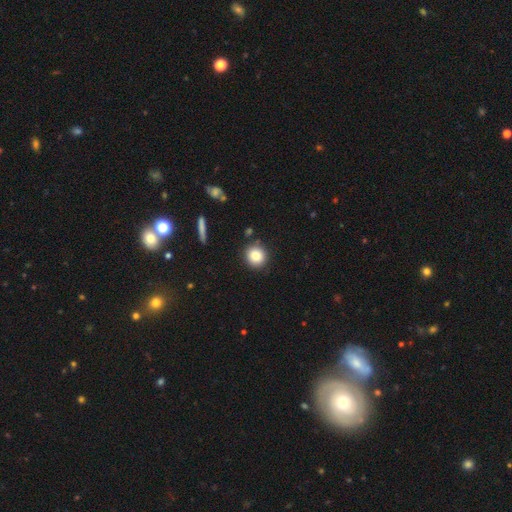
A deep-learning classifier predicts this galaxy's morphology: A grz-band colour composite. It shows a smooth galaxy with no disk features (82%) that is round (91%). Merging: none (88%).